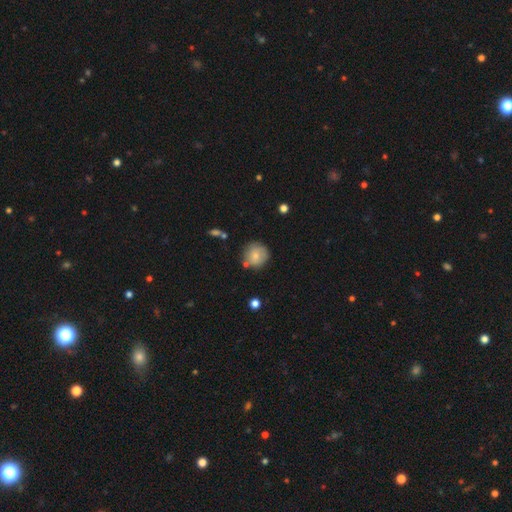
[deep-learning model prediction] Q: Smooth or featured?
A: smooth (70%); runner-up: featured or disk (21%)
Q: How rounded?
A: round (92%); runner-up: in between (7%)
Q: Merging?
A: none (72%); runner-up: minor disturbance (17%)